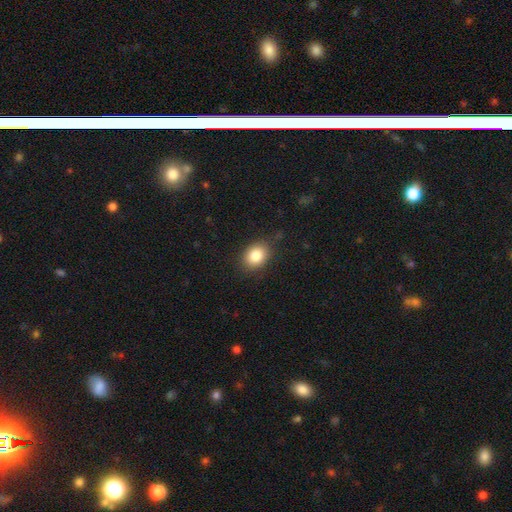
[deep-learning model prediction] Overall: smooth (84%). How rounded: in between (59%; round 40%). Merging: none (84%).